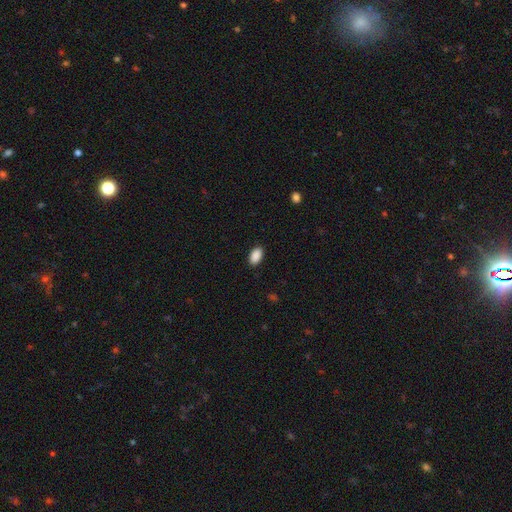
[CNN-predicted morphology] smooth-or-featured: smooth: 91% | star or artifact: 7% | featured or disk: 3%
  how-rounded: in between: 93% | round: 5% | cigar-shaped: 1%
  merging: none: 89% | minor disturbance: 8% | major disturbance: 2% | merger: 1%